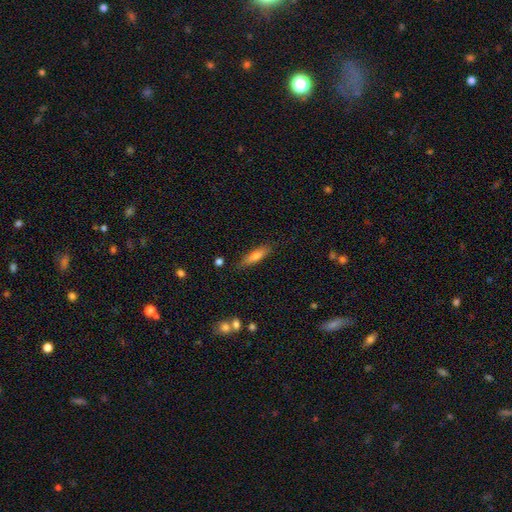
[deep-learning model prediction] Smooth or featured?
  - smooth: 67% *
  - featured or disk: 26%
  - star or artifact: 7%
How rounded?
  - cigar-shaped: 69% *
  - in between: 29%
  - round: 2%
Merging?
  - none: 80% *
  - minor disturbance: 14%
  - major disturbance: 3%
  - merger: 2%